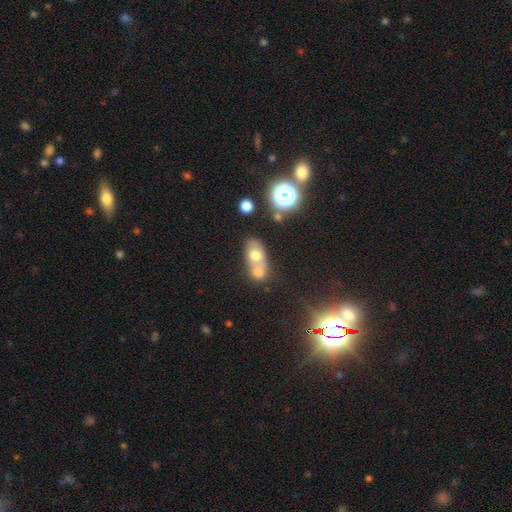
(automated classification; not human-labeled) A smooth galaxy with no disk features (63%) that is in between round and cigar-shaped (64%). Merging: merger (60%).